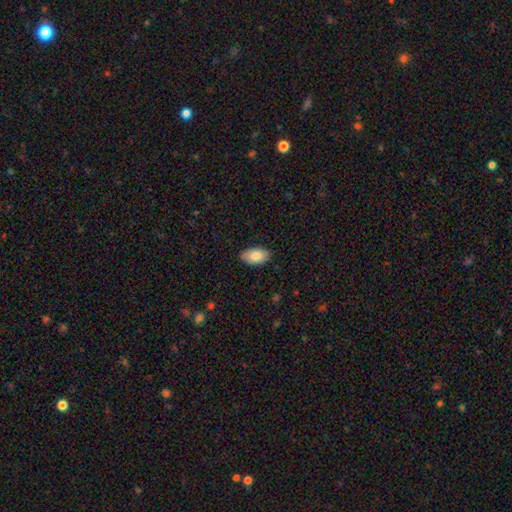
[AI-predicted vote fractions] Smooth or featured?
  - smooth: 83% *
  - featured or disk: 11%
  - star or artifact: 6%
How rounded?
  - in between: 94% *
  - round: 5%
  - cigar-shaped: 1%
Merging?
  - none: 85% *
  - minor disturbance: 12%
  - major disturbance: 2%
  - merger: 1%